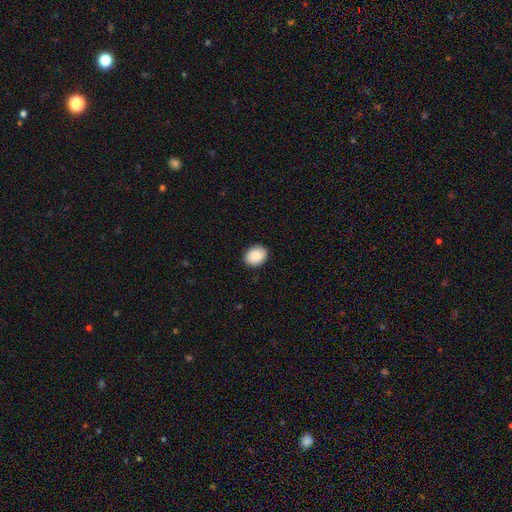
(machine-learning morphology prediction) A smooth galaxy with no disk features (90%) that is in between round and cigar-shaped (62%). Merging: none (89%).